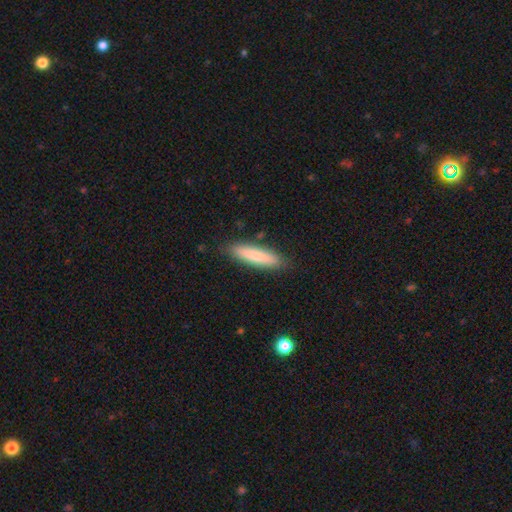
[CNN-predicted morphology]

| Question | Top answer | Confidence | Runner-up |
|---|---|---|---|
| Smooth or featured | smooth | 79% | featured or disk (16%) |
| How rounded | cigar-shaped | 75% | in between (24%) |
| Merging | none | 87% | minor disturbance (10%) |